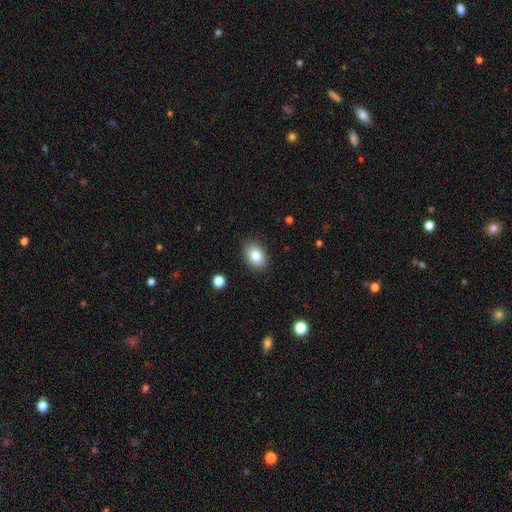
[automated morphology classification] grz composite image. It shows a smooth galaxy with no disk features (83%) that is in between round and cigar-shaped (77%). Merging: none (87%).